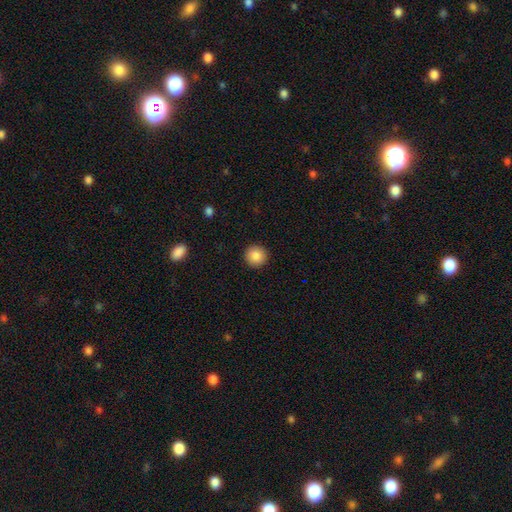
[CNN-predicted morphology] smooth_or_featured: smooth (p=0.87) [alt: star or artifact p=0.09]
how_rounded: round (p=0.95) [alt: in between p=0.04]
merging: none (p=0.93) [alt: minor disturbance p=0.05]